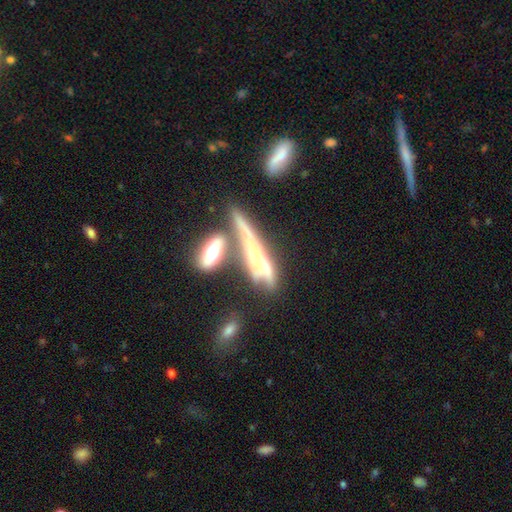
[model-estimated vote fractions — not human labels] The model was most divided on "merging": merger: 36%, none: 34%, minor disturbance: 18%, major disturbance: 13%. More confident: edge-on disk — yes (69%); smooth or featured — featured or disk (66%).